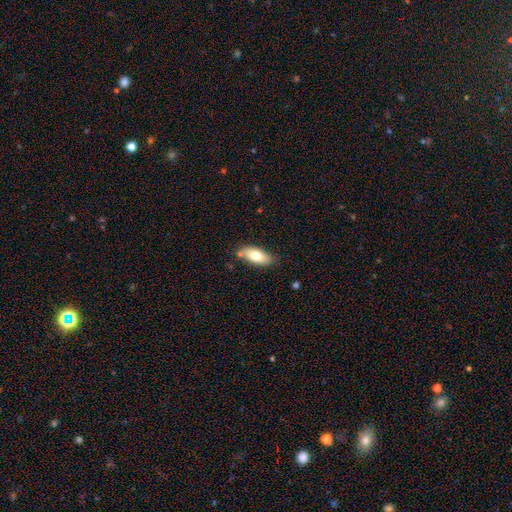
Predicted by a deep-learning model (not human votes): Smooth or featured? smooth (75%)
How rounded? in between (85%)
Merging? none (77%)